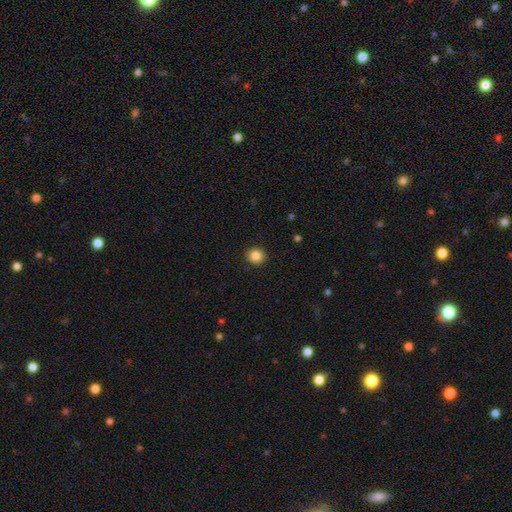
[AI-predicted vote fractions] Q: Smooth or featured?
A: smooth (85%); runner-up: star or artifact (10%)
Q: How rounded?
A: round (80%); runner-up: in between (19%)
Q: Merging?
A: none (91%); runner-up: minor disturbance (7%)